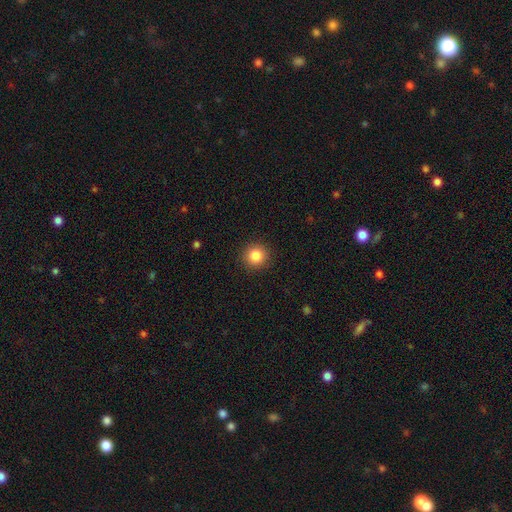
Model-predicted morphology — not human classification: Smooth or featured? smooth (84%)
How rounded? round (94%)
Merging? none (92%)